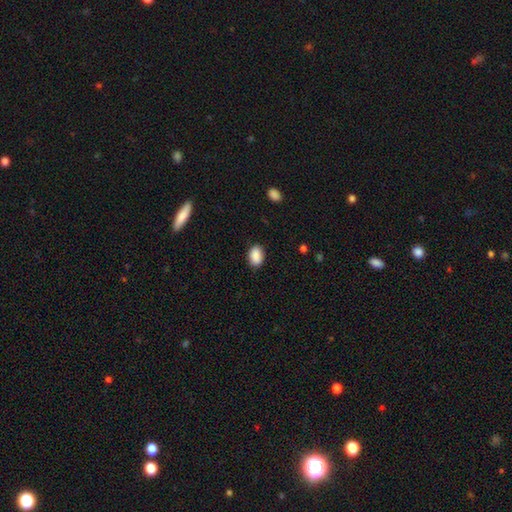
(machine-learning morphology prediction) Smooth or featured: smooth — 89% (star or artifact — 7%)
How rounded: in between — 84% (round — 15%)
Merging: none — 86% (minor disturbance — 10%)